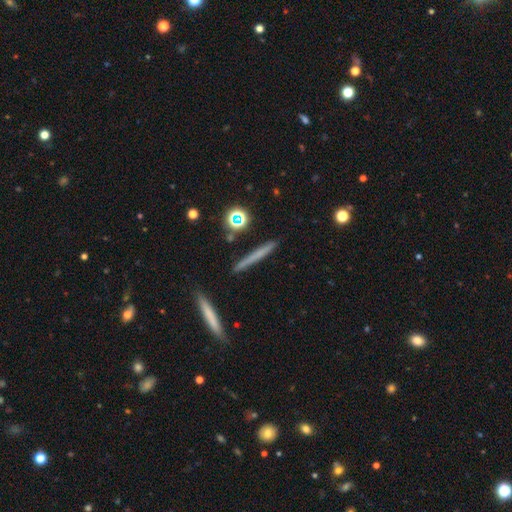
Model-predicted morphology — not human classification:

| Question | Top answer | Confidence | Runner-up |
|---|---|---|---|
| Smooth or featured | smooth | 56% | featured or disk (36%) |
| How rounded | cigar-shaped | 94% | round (4%) |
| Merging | none | 89% | minor disturbance (7%) |